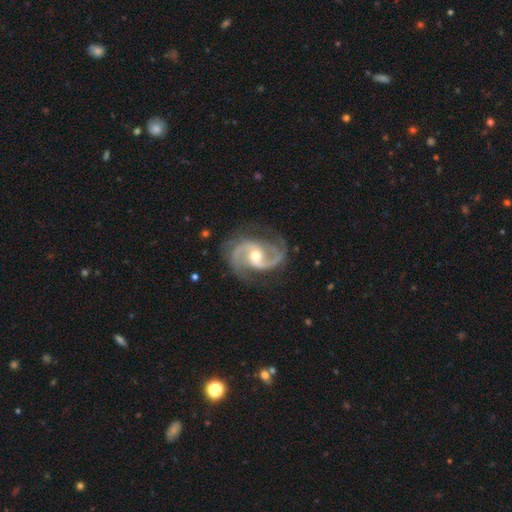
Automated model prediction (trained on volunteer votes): This appears to be a featured or disk galaxy (93%) with no bar (49%), 2 (90%) medium (60%) spiral arms (98%) and a moderate central bulge (61%). Merging: none (77%).